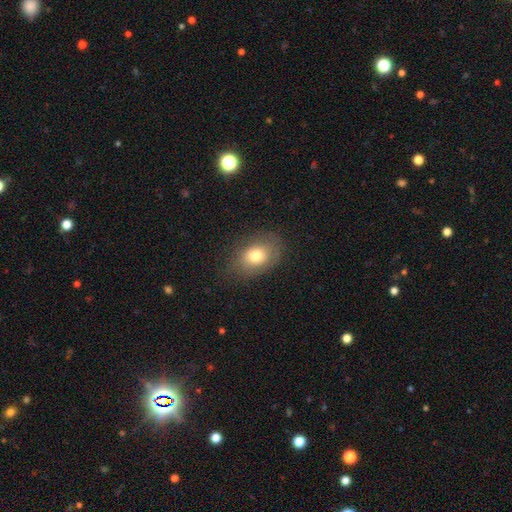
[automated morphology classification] Smooth or featured? Predicted: smooth (p=0.75). How rounded? Predicted: in between (p=0.76). Merging? Predicted: none (p=0.76).